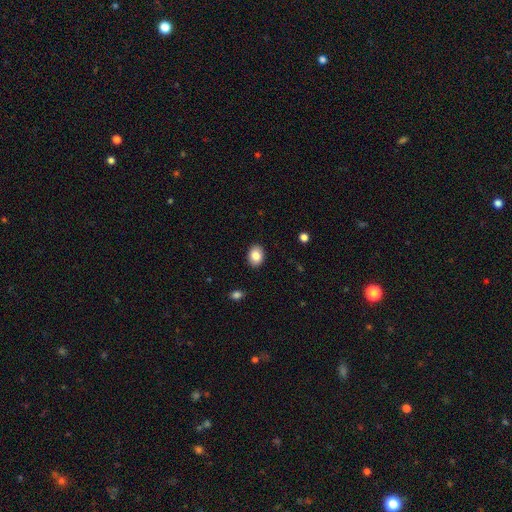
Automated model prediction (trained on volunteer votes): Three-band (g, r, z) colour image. It shows a smooth galaxy with no disk features (86%) that is in between round and cigar-shaped (72%). Merging: none (90%).